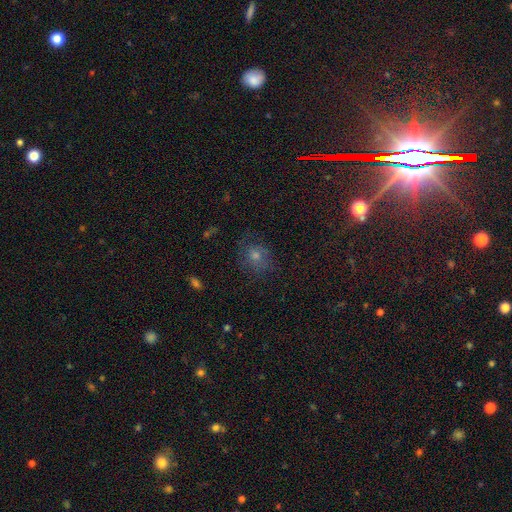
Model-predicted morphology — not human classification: smooth_or_featured: smooth (p=0.41) [alt: star or artifact p=0.34]
merging: none (p=0.72) [alt: minor disturbance p=0.17]